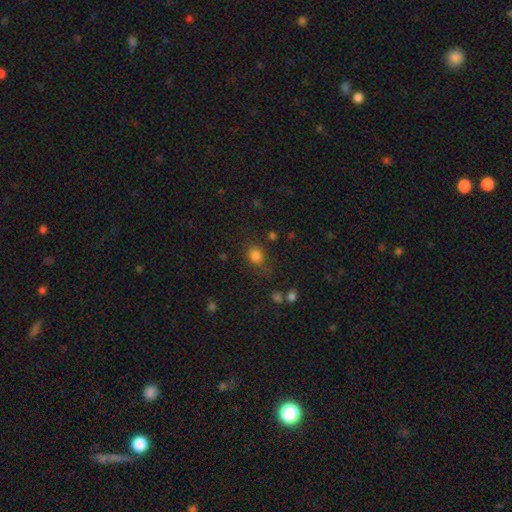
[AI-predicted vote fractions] A smooth galaxy with no disk features (80%) that is round (73%).

Vote fractions:
- Smooth or featured? smooth: 80% / star or artifact: 14% / featured or disk: 6%
- How rounded? round: 73% / in between: 26% / cigar-shaped: 1%
- Merging? none: 75% / minor disturbance: 15% / major disturbance: 6% / merger: 4%